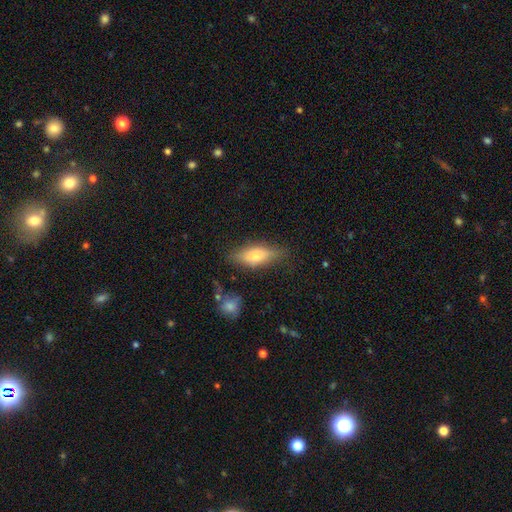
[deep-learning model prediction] The model was most divided on "how rounded": in between: 63%, cigar-shaped: 34%, round: 3%. More confident: merging — none (72%); smooth or featured — smooth (64%).